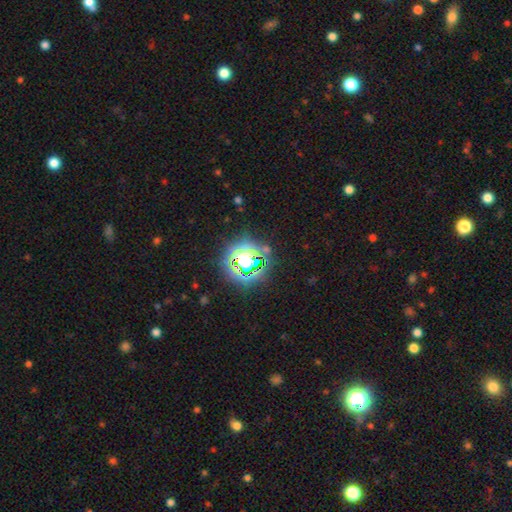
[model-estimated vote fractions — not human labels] The model was most divided on "smooth or featured": star or artifact: 77%, smooth: 15%, featured or disk: 8%.